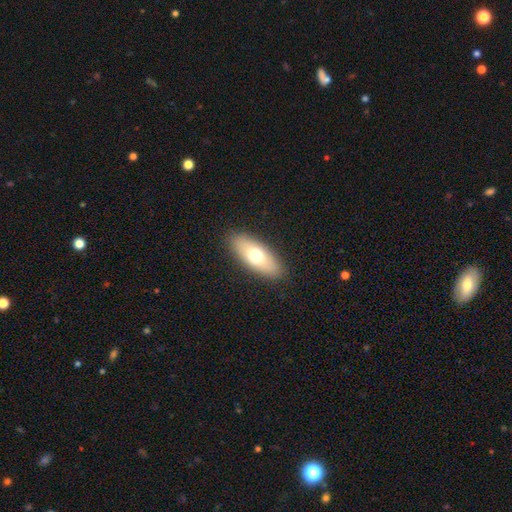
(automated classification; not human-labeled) smooth-or-featured: smooth: 67% | featured or disk: 27% | star or artifact: 7%
  how-rounded: in between: 74% | cigar-shaped: 23% | round: 3%
  merging: none: 89% | minor disturbance: 8% | major disturbance: 2% | merger: 1%